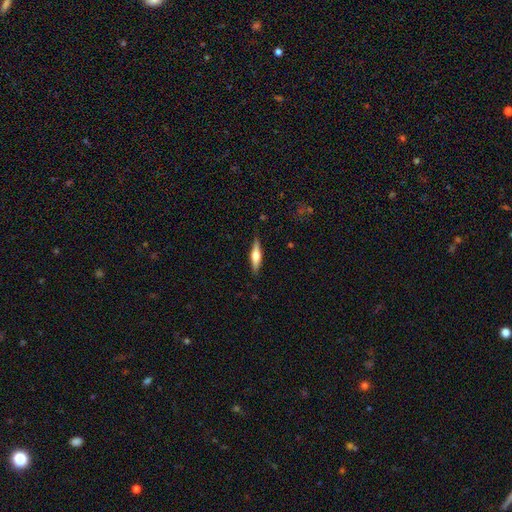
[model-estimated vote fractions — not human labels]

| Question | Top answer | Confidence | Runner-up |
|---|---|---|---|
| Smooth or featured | featured or disk | 57% | smooth (38%) |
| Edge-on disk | yes | 96% | no (4%) |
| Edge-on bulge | rounded | 90% | boxy (7%) |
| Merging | none | 88% | minor disturbance (9%) |